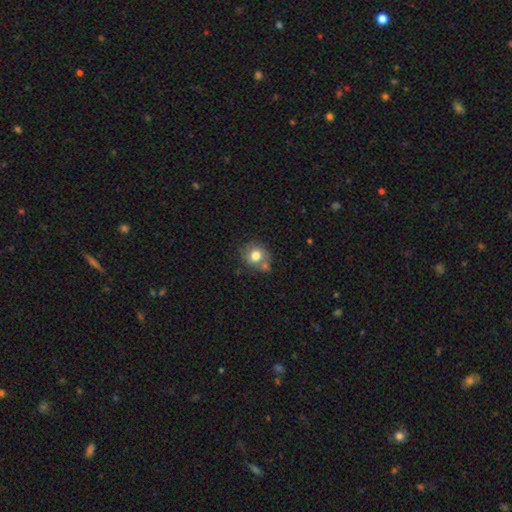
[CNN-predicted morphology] Smooth or featured?
  - smooth: 76% *
  - featured or disk: 15%
  - star or artifact: 9%
How rounded?
  - round: 75% *
  - in between: 24%
  - cigar-shaped: 1%
Merging?
  - none: 57% *
  - minor disturbance: 20%
  - merger: 18%
  - major disturbance: 6%